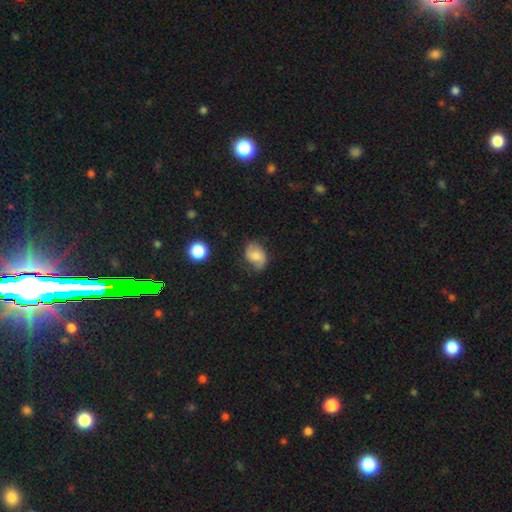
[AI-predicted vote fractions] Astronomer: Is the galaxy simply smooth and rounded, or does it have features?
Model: smooth — 51% (runner-up: featured or disk, 40%).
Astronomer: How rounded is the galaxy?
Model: in between — 67%.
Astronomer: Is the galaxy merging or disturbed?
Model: none — 64%.